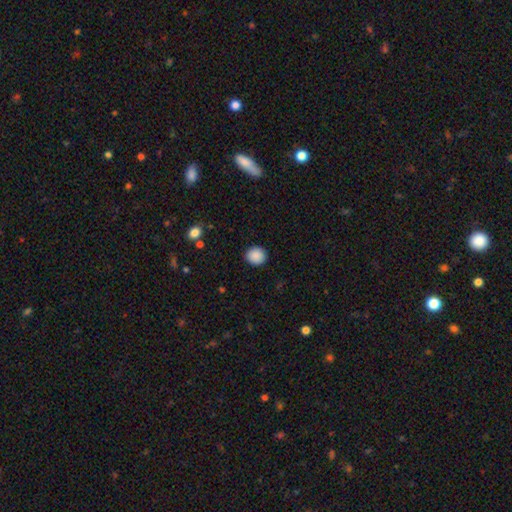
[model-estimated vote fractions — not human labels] A smooth galaxy with no disk features (89%) that is round (84%).

Vote fractions:
- Smooth or featured? smooth: 89% / star or artifact: 8% / featured or disk: 3%
- How rounded? round: 84% / in between: 15% / cigar-shaped: 1%
- Merging? none: 91% / minor disturbance: 6% / major disturbance: 2% / merger: 1%